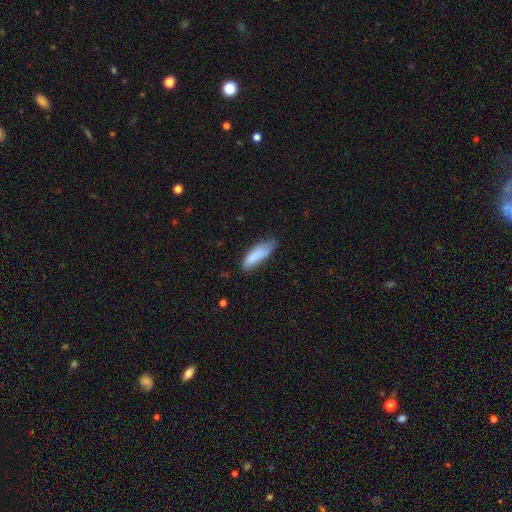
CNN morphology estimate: smooth 83%, featured or disk 10%, star or artifact 6%. Down the decision tree: how rounded — in between (52%); merging — none (54%).